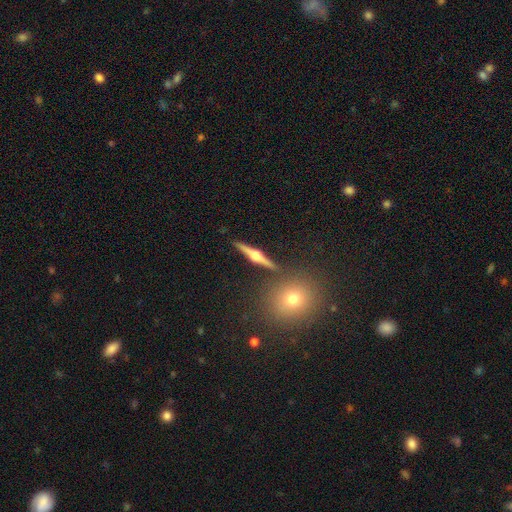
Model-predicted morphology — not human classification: Smooth or featured? Predicted: featured or disk (p=0.80). Edge-on disk? Predicted: yes (p=0.97). Edge-on bulge? Predicted: rounded (p=0.95). Merging? Predicted: none (p=0.86).